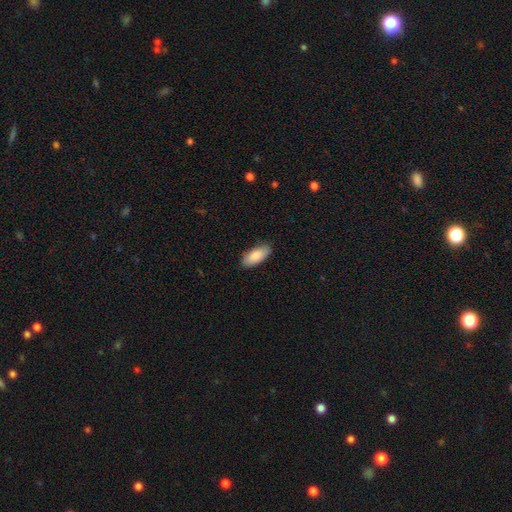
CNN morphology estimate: Q: Smooth or featured?
A: smooth (86%); runner-up: featured or disk (8%)
Q: How rounded?
A: in between (85%); runner-up: cigar-shaped (13%)
Q: Merging?
A: none (85%); runner-up: minor disturbance (12%)